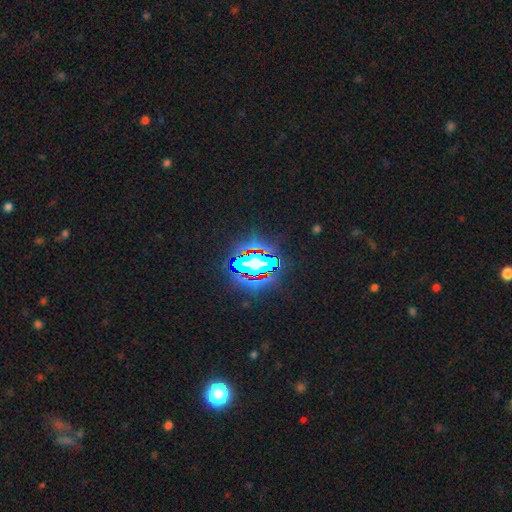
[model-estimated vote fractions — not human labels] Smooth or featured? Predicted: star or artifact (p=0.73).